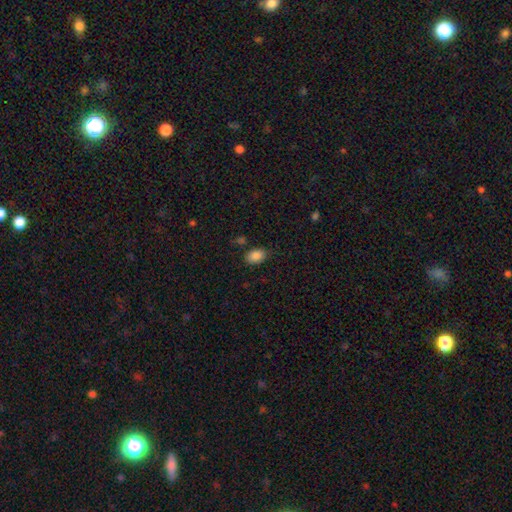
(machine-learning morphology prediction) type=smooth (87%); roundness=in between (84%); merging=none (79%).